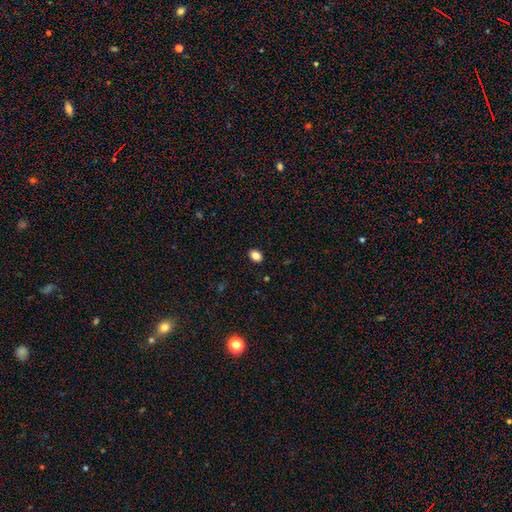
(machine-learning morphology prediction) A smooth galaxy with no disk features (85%) that is in between round and cigar-shaped (74%). Merging: none (90%).